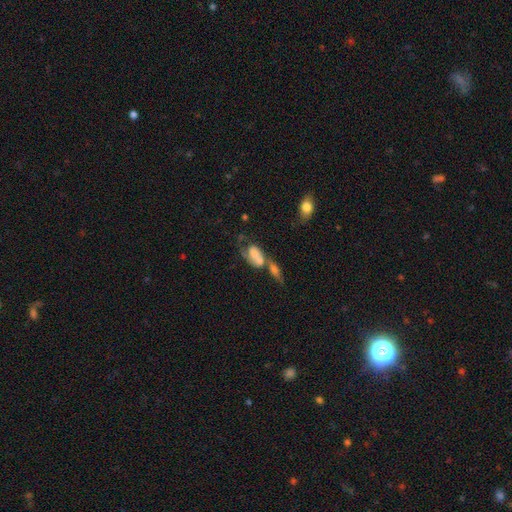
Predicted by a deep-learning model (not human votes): Smooth or featured? Predicted: smooth (p=0.48). Merging? Predicted: merger (p=0.64).